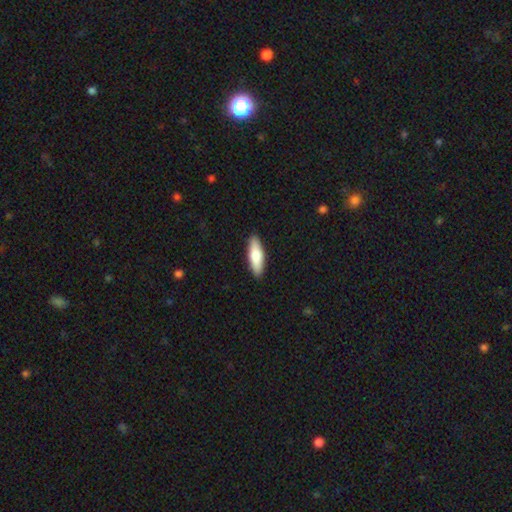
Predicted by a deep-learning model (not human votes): Smooth or featured: smooth — 76% (featured or disk — 19%)
How rounded: cigar-shaped — 50% (in between — 49%)
Merging: none — 90% (minor disturbance — 7%)